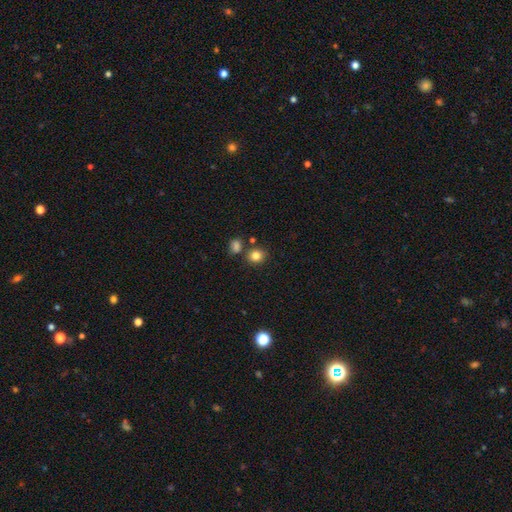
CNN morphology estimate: The model was most divided on "how rounded": round: 79%, in between: 20%, cigar-shaped: 1%. More confident: smooth or featured — smooth (83%); merging — none (76%).